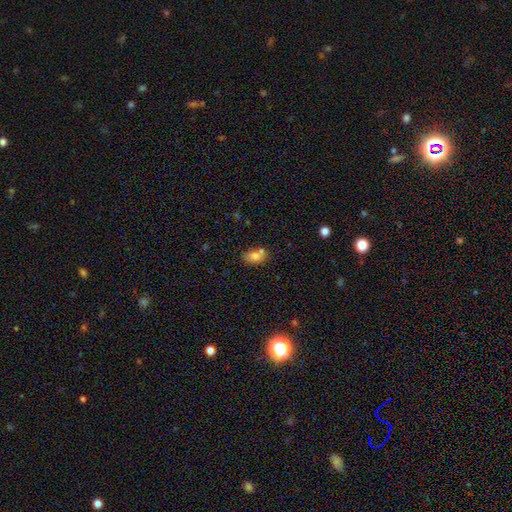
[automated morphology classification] This appears to be a smooth galaxy with no disk features (77%) that is in between round and cigar-shaped (74%). Merging: none (54%).